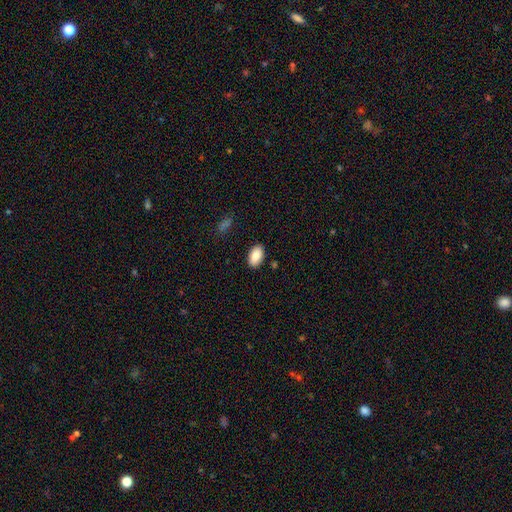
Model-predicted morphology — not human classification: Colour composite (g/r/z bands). It shows a smooth galaxy with no disk features (88%) that is in between round and cigar-shaped (93%). Merging: none (87%).